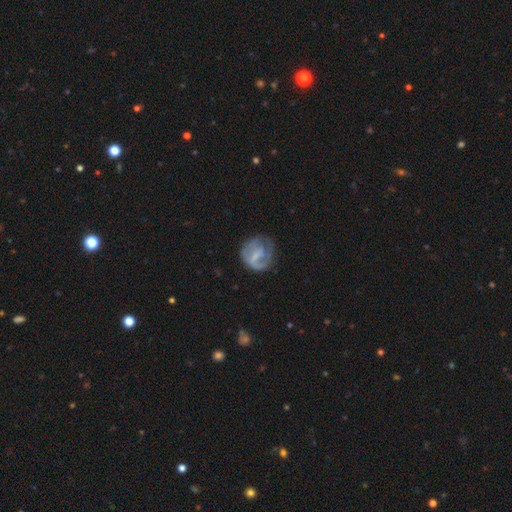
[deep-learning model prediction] Q: Smooth or featured?
A: featured or disk (58%); runner-up: smooth (35%)
Q: Edge-on disk?
A: no (98%); runner-up: yes (2%)
Q: Bar?
A: weak (47%); runner-up: no (34%)
Q: Spiral arms?
A: yes (70%); runner-up: no (30%)
Q: Bulge size?
A: none (40%); runner-up: small (36%)
Q: Merging?
A: none (54%); runner-up: minor disturbance (23%)